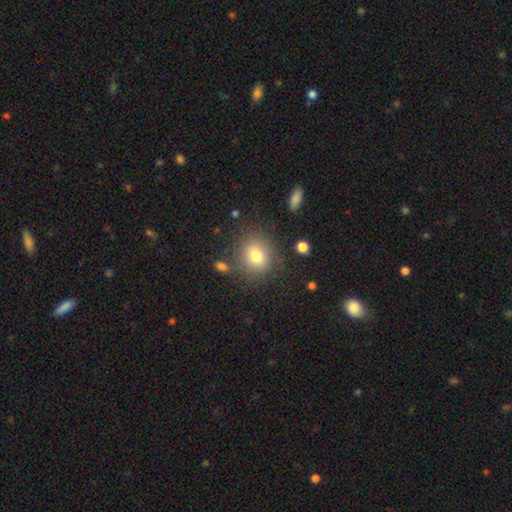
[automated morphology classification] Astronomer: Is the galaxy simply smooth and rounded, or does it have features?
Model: smooth — 78%.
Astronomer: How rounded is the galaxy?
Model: round — 78%.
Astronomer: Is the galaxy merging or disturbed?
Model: none — 78%.